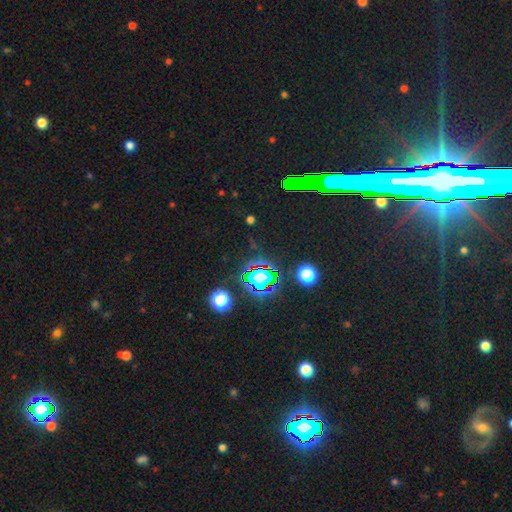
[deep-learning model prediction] Morphology: type=star or artifact (79%).